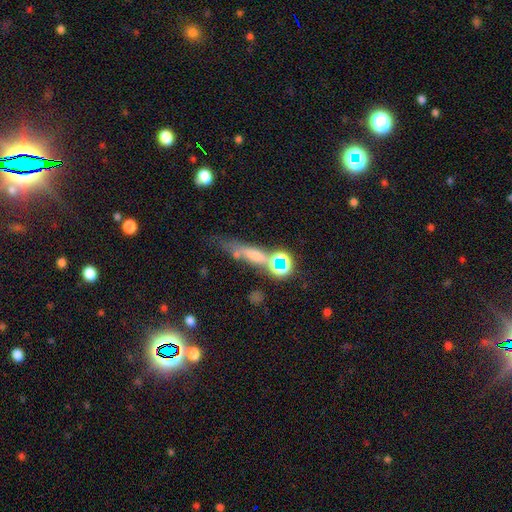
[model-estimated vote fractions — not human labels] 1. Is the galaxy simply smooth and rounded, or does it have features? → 52% smooth, 24% featured or disk, 24% star or artifact.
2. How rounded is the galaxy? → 54% cigar-shaped, 31% in between, 15% round.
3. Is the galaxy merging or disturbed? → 49% none, 20% merger, 19% minor disturbance, 12% major disturbance.